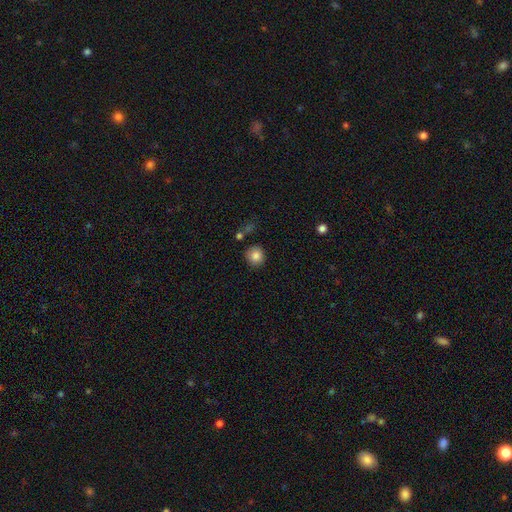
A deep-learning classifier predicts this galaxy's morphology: Smooth or featured? smooth (84%)
How rounded? round (88%)
Merging? none (82%)